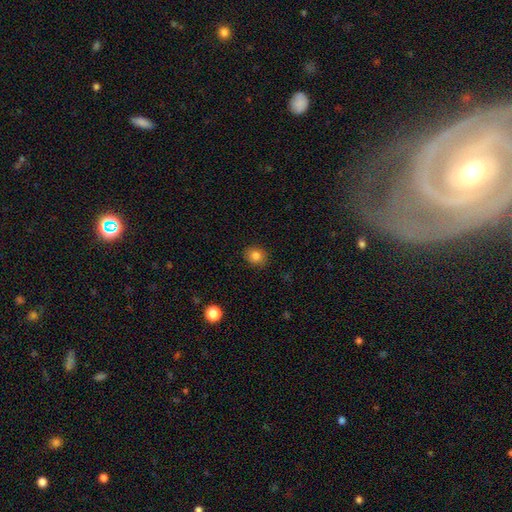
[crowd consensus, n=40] Smooth or featured? 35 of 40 (88%) said smooth. How rounded? 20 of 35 (57%) said round. Merging? 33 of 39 (85%) said none.